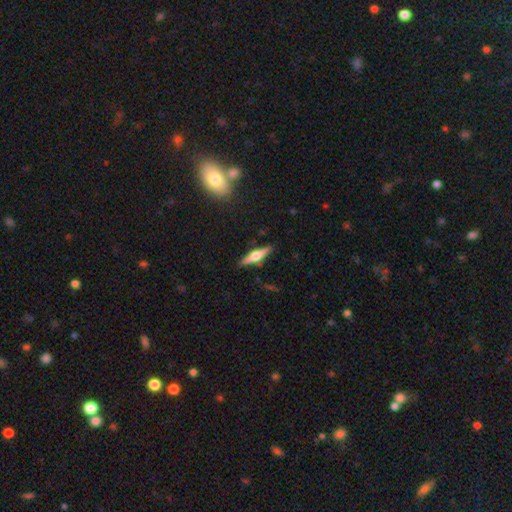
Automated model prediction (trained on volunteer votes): Smooth or featured: featured or disk — 67% (smooth — 27%)
Edge-on disk: yes — 97% (no — 3%)
Edge-on bulge: rounded — 92% (boxy — 6%)
Merging: none — 89% (minor disturbance — 8%)